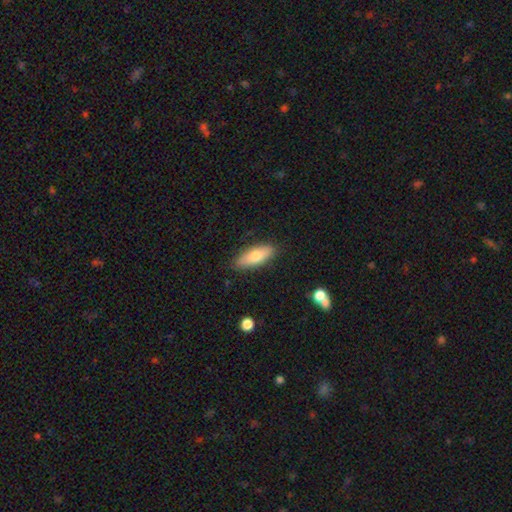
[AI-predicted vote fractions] Overall: smooth (73%). How rounded: in between (62%; cigar-shaped 36%). Merging: none (85%).